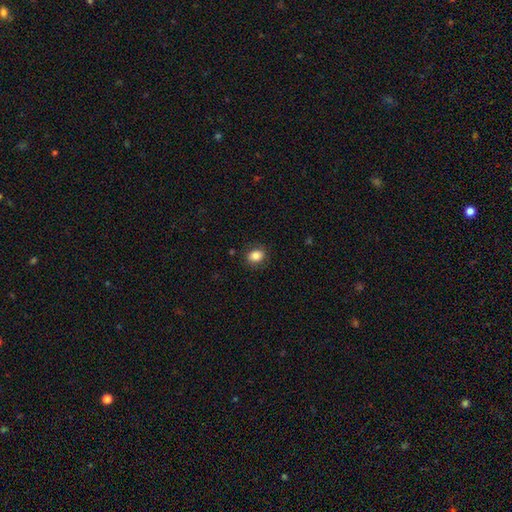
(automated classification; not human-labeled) Overall: smooth (85%). How rounded: in between (50%; round 49%). Merging: none (85%).